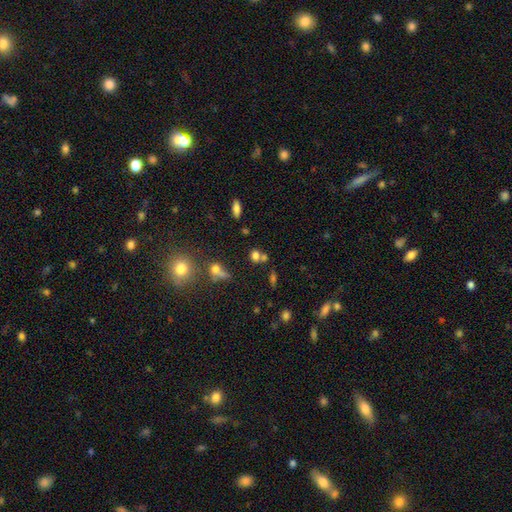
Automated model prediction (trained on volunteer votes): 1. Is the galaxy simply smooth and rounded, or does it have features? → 70% smooth, 19% star or artifact, 11% featured or disk.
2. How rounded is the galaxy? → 64% round, 34% in between, 2% cigar-shaped.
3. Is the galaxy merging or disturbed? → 49% none, 35% merger, 11% minor disturbance, 5% major disturbance.